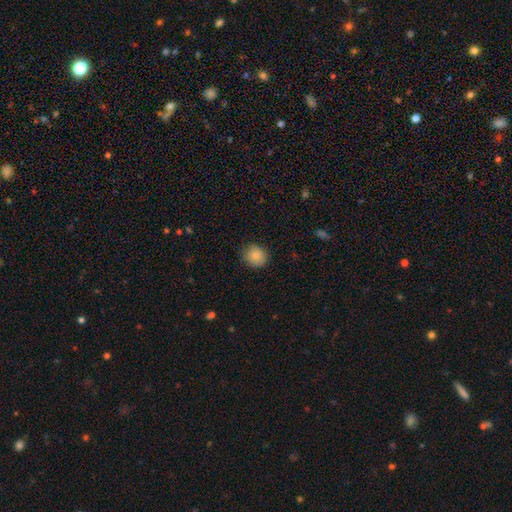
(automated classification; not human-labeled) smooth 87%, star or artifact 9%, featured or disk 5%. Down the decision tree: how rounded — round (80%); merging — none (82%).